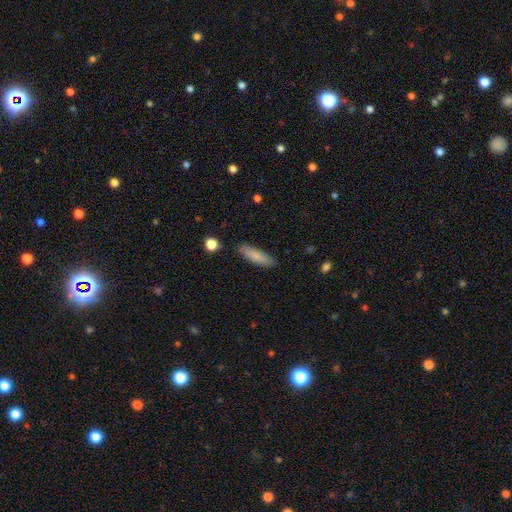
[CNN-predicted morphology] smooth 83%, featured or disk 10%, star or artifact 6%. Down the decision tree: how rounded — cigar-shaped (55%); merging — none (85%).